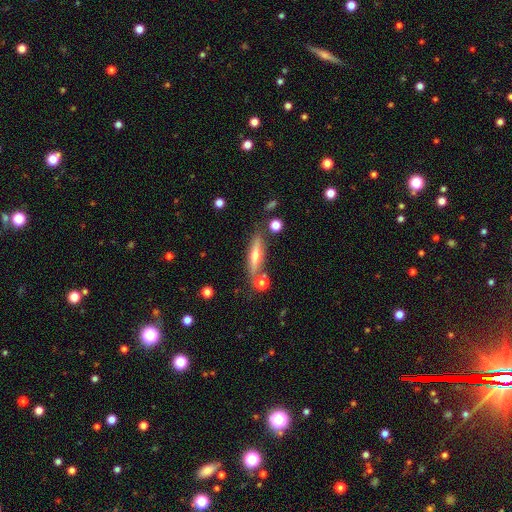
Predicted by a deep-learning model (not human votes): Smooth or featured? Predicted: featured or disk (p=0.61). Edge-on disk? Predicted: yes (p=0.93). Edge-on bulge? Predicted: rounded (p=0.92). Merging? Predicted: none (p=0.77).